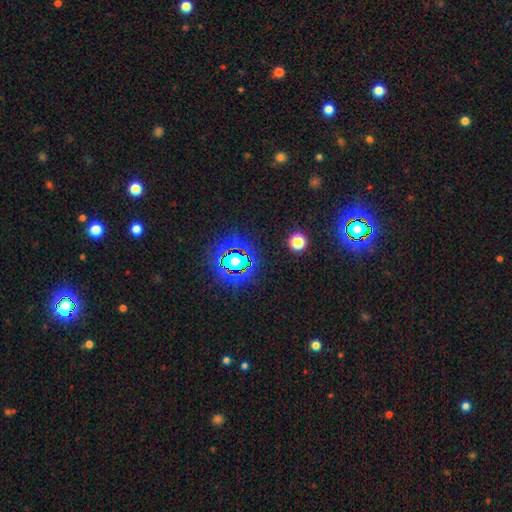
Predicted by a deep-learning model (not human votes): A star or artifact, not a galaxy (82%).

Vote fractions:
- Smooth or featured? star or artifact: 82% / smooth: 11% / featured or disk: 7%